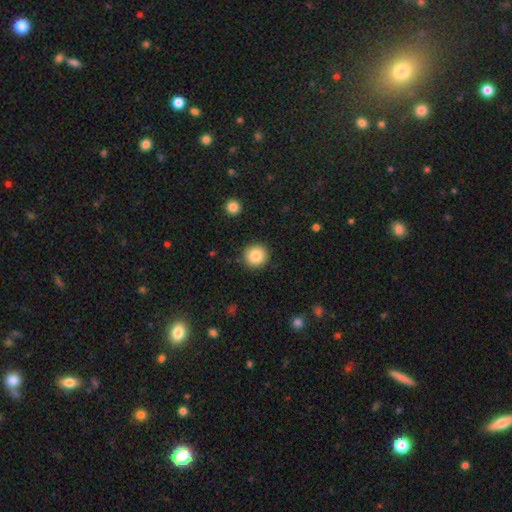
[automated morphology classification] smooth_or_featured: smooth (p=0.85) [alt: star or artifact p=0.09]
how_rounded: round (p=0.95) [alt: in between p=0.04]
merging: none (p=0.90) [alt: minor disturbance p=0.06]